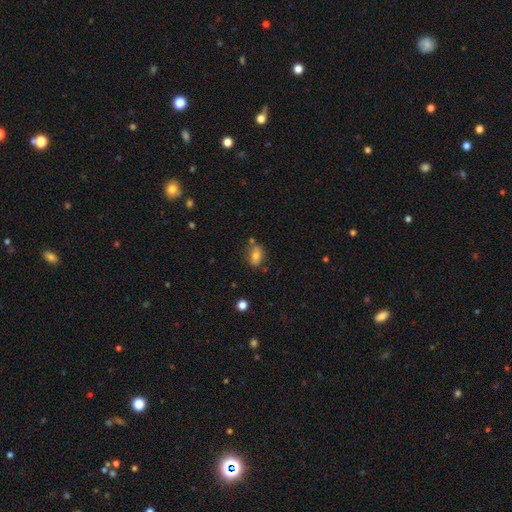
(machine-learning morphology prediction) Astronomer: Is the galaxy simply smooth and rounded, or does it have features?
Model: smooth — 72%.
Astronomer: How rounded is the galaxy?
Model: in between — 76%.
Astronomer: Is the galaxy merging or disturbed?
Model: none — 68%.